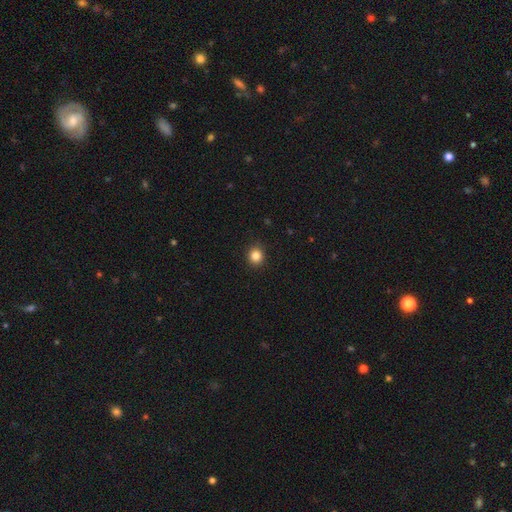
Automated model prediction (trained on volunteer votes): Smooth or featured?
  - smooth: 85% *
  - star or artifact: 11%
  - featured or disk: 4%
How rounded?
  - round: 85% *
  - in between: 14%
  - cigar-shaped: 1%
Merging?
  - none: 90% *
  - minor disturbance: 7%
  - major disturbance: 2%
  - merger: 1%